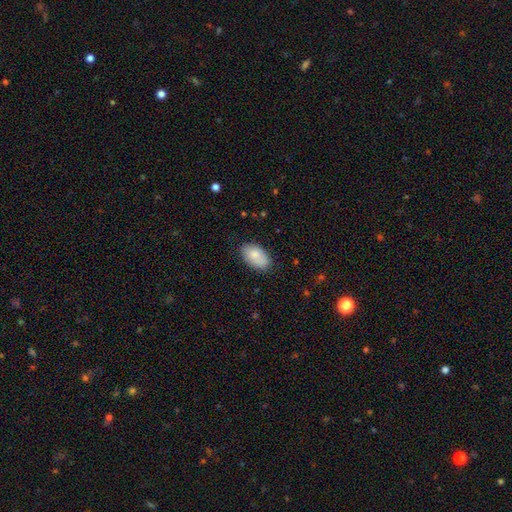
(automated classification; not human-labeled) Smooth or featured? smooth (83%)
How rounded? in between (94%)
Merging? none (82%)